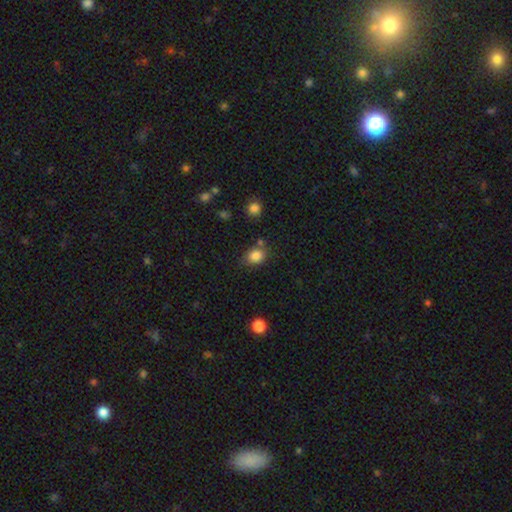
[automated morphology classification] Smooth or featured?
  - smooth: 84% *
  - star or artifact: 11%
  - featured or disk: 5%
How rounded?
  - in between: 50% *
  - round: 49%
  - cigar-shaped: 1%
Merging?
  - none: 70% *
  - minor disturbance: 16%
  - merger: 9%
  - major disturbance: 4%